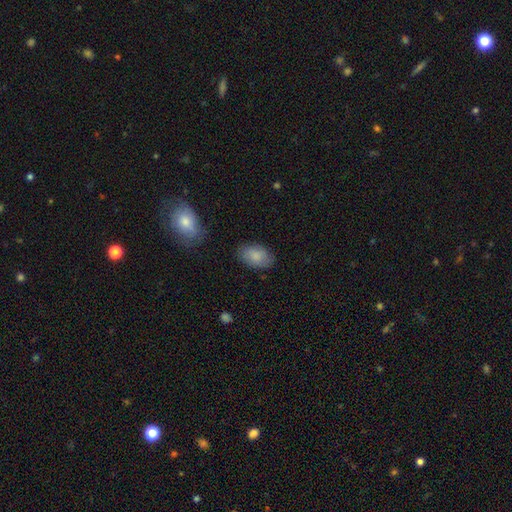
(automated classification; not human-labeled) smooth_or_featured: smooth (p=0.84) [alt: featured or disk p=0.09]
how_rounded: in between (p=0.92) [alt: round p=0.07]
merging: none (p=0.82) [alt: minor disturbance p=0.13]